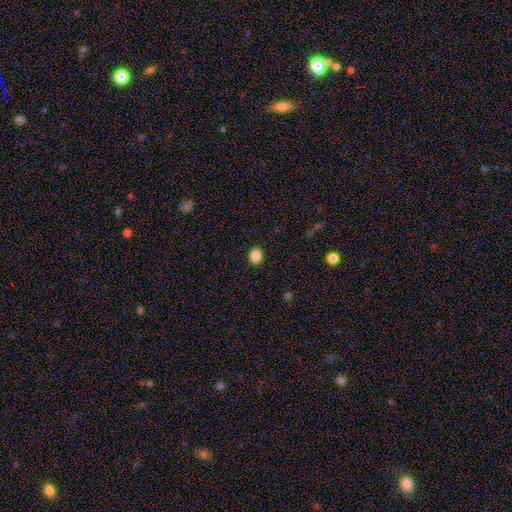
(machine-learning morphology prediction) smooth_or_featured: smooth (p=0.85) [alt: star or artifact p=0.10]
how_rounded: in between (p=0.54) [alt: round p=0.45]
merging: none (p=0.90) [alt: minor disturbance p=0.07]